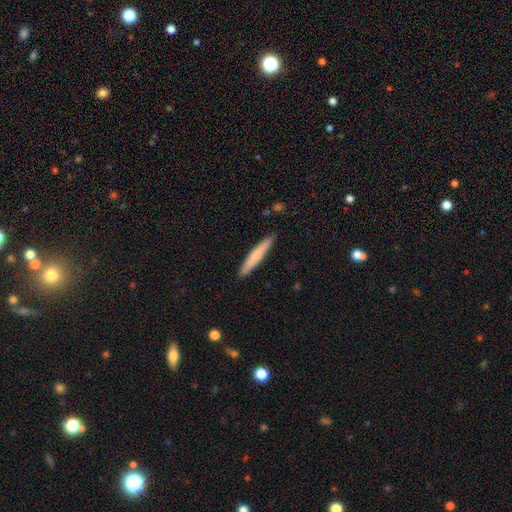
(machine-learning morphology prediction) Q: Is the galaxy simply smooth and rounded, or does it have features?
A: smooth — 70%.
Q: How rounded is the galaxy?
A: cigar-shaped — 94%.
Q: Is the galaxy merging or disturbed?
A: none — 90%.